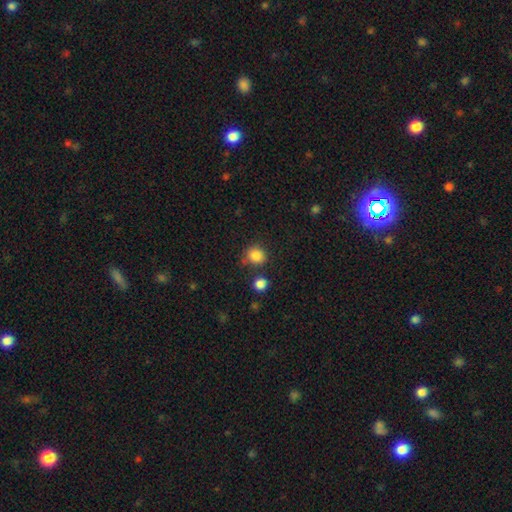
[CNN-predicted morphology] A smooth galaxy with no disk features (85%) that is round (81%). Merging: none (74%).